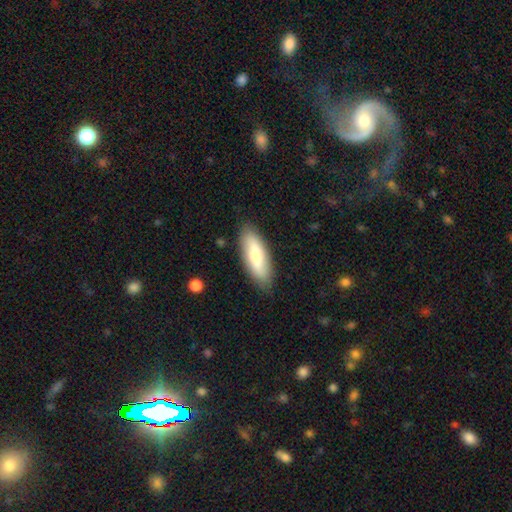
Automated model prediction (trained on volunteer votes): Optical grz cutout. It shows a smooth galaxy with no disk features (72%) that is in between round and cigar-shaped (64%). Merging: none (85%).